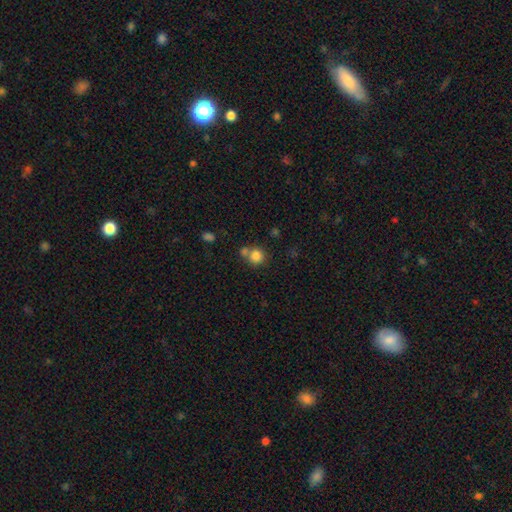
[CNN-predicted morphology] smooth 82%, star or artifact 11%, featured or disk 7%. Down the decision tree: how rounded — round (88%); merging — none (55%).